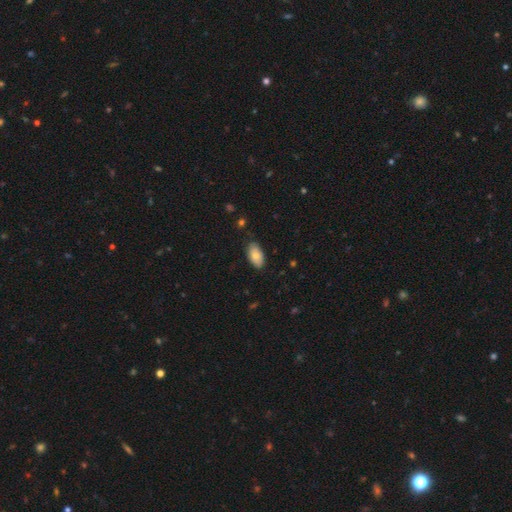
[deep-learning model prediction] Smooth or featured? smooth (79%)
How rounded? in between (94%)
Merging? none (81%)